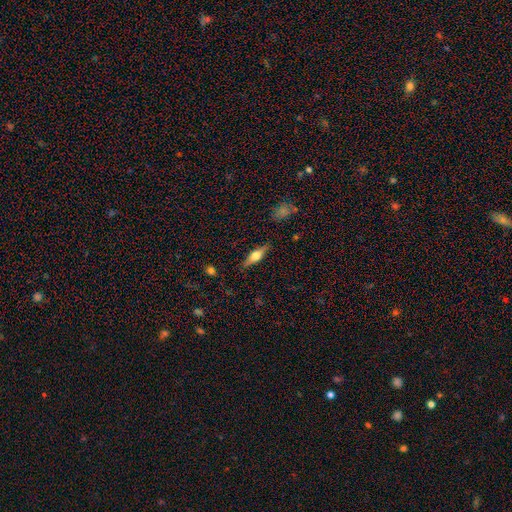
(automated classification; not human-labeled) A featured or disk galaxy (56%) viewed edge-on (95%) with a rounded central bulge (92%).

Vote fractions:
- Smooth or featured? featured or disk: 56% / smooth: 38% / star or artifact: 7%
- Edge-on disk? yes: 95% / no: 5%
- Edge-on bulge? rounded: 92% / boxy: 6% / none: 2%
- Merging? none: 87% / minor disturbance: 9% / major disturbance: 2% / merger: 1%